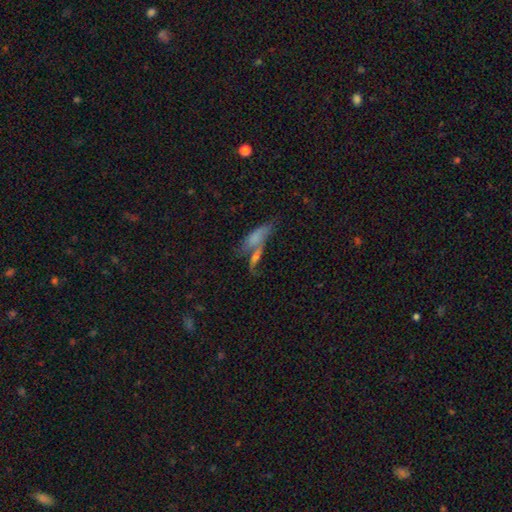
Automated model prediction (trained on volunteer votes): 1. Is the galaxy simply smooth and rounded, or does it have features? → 48% smooth, 36% featured or disk, 16% star or artifact.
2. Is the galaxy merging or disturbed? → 45% merger, 34% none, 11% minor disturbance, 9% major disturbance.